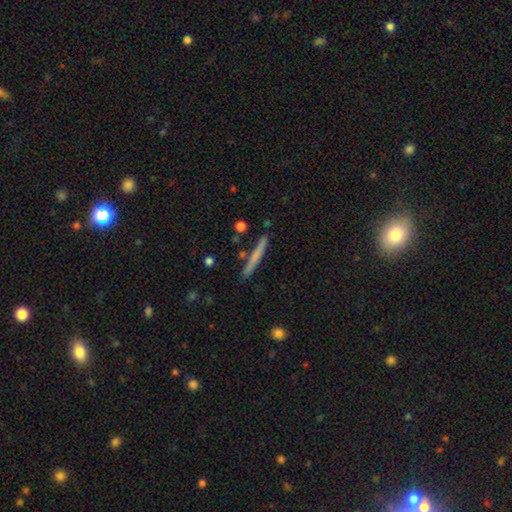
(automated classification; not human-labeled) Overall: smooth (61%; featured or disk 33%). How rounded: cigar-shaped (96%). Merging: none (87%).